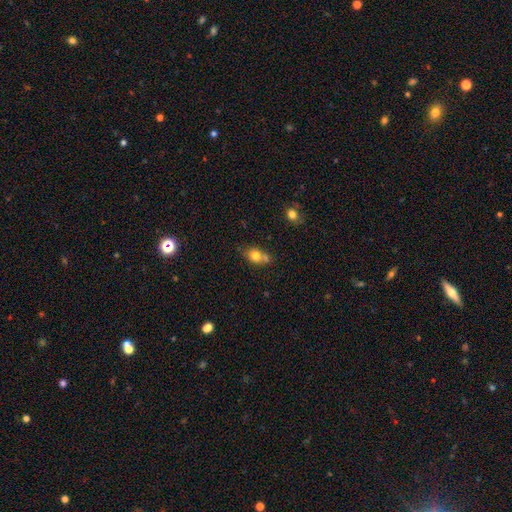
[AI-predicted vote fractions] The model was most divided on "merging": none: 47%, merger: 31%, minor disturbance: 16%, major disturbance: 5%. More confident: smooth or featured — smooth (76%); how rounded — in between (57%).